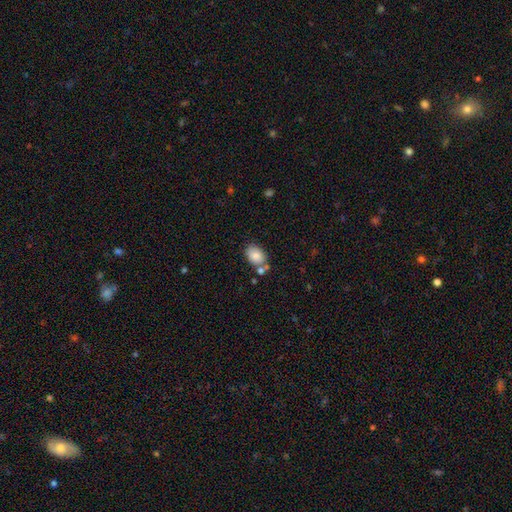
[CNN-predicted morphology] Smooth or featured? Predicted: smooth (p=0.81). How rounded? Predicted: in between (p=0.77). Merging? Predicted: none (p=0.67).